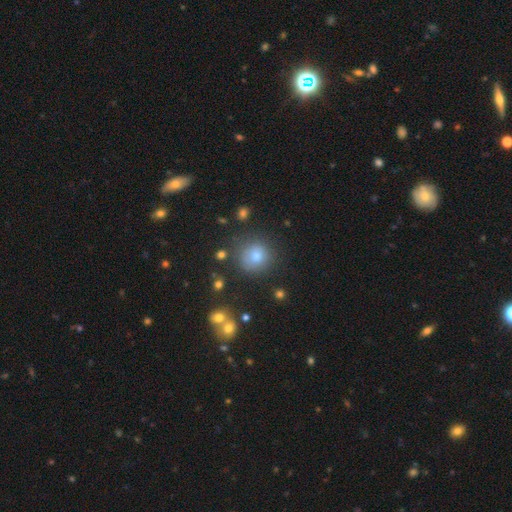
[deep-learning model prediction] Smooth or featured? smooth (73%)
How rounded? round (89%)
Merging? none (76%)